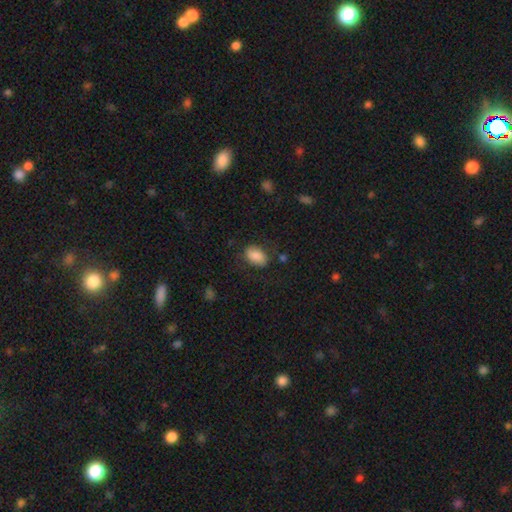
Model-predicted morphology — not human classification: The model was most divided on "merging": none: 73%, minor disturbance: 17%, major disturbance: 7%, merger: 2%. More confident: how rounded — in between (88%); smooth or featured — smooth (84%).